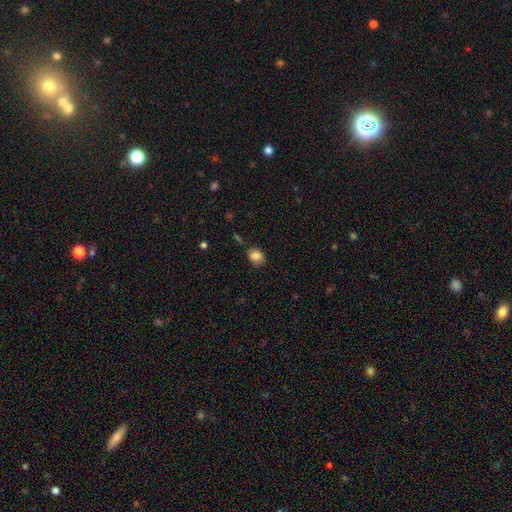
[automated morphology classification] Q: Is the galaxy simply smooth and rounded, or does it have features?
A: smooth — 85%.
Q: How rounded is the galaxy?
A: in between — 55%.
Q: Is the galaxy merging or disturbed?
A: none — 73%.